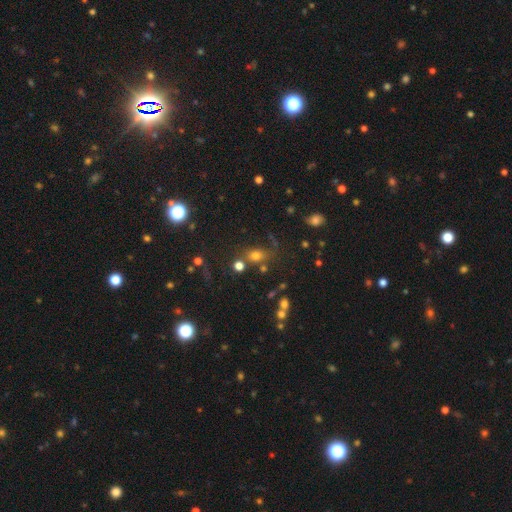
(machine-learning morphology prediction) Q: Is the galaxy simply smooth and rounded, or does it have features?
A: smooth — 62%.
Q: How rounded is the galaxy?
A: round — 55%.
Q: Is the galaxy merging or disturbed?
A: none — 65%.